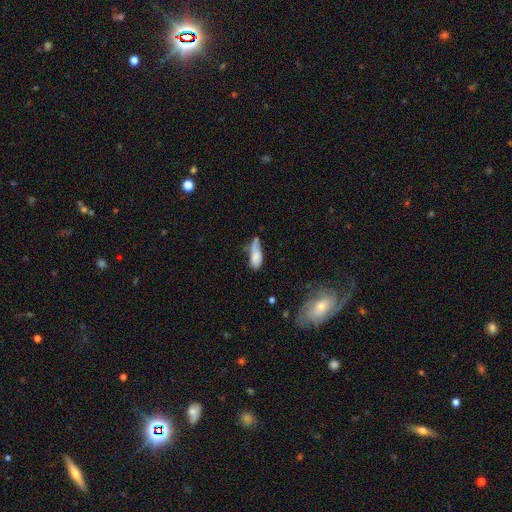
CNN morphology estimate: Smooth or featured? smooth (71%)
How rounded? in between (72%)
Merging? minor disturbance (32%)